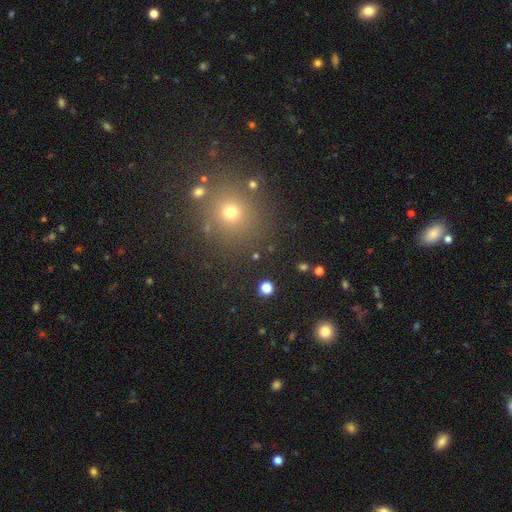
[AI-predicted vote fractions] The model was most divided on "smooth or featured": smooth: 57%, star or artifact: 35%, featured or disk: 8%. More confident: how rounded — round (87%); merging — none (86%).